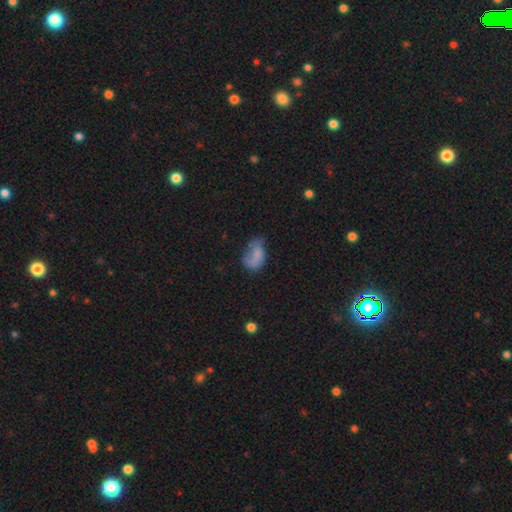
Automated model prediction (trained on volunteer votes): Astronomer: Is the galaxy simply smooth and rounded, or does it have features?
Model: smooth — 63%.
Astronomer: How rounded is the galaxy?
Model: in between — 85%.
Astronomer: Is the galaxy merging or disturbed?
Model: minor disturbance — 34% (runner-up: none, 32%).